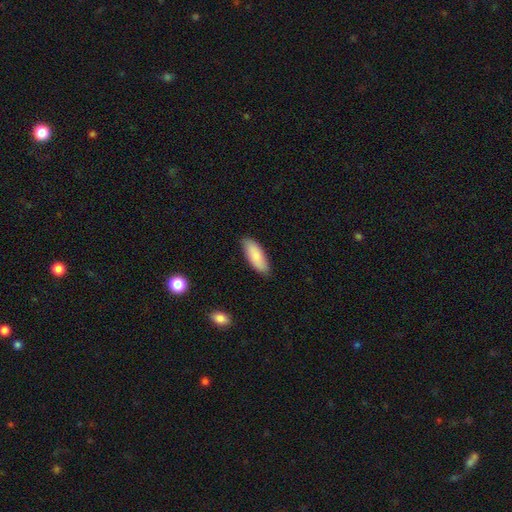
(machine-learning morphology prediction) This appears to be a smooth galaxy with no disk features (86%) that is in between round and cigar-shaped (74%). Merging: none (85%).